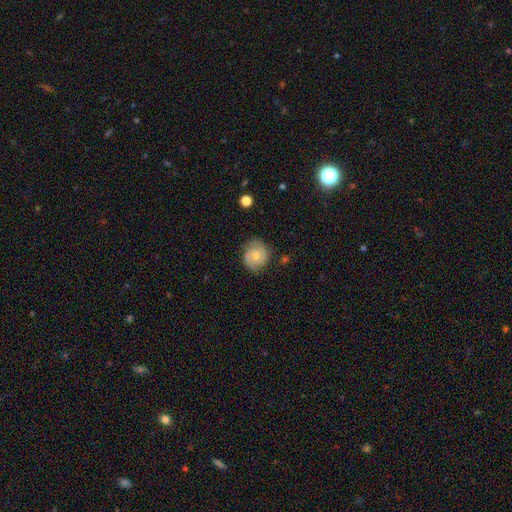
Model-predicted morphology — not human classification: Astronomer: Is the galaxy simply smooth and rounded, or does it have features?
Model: featured or disk — 56% (runner-up: smooth, 37%).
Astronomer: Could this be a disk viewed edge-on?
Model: no — 98%.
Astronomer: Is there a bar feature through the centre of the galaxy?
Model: no — 67%.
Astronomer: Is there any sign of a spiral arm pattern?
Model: yes — 87%.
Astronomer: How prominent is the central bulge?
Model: moderate — 51% (runner-up: small, 44%).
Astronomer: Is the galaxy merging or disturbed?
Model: none — 73%.